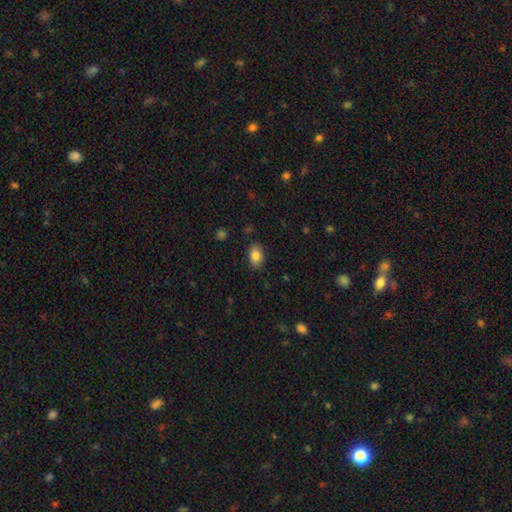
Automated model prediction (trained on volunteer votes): Smooth or featured?
  - smooth: 85% *
  - star or artifact: 8%
  - featured or disk: 7%
How rounded?
  - in between: 84% *
  - round: 15%
  - cigar-shaped: 1%
Merging?
  - none: 87% *
  - minor disturbance: 10%
  - major disturbance: 2%
  - merger: 1%